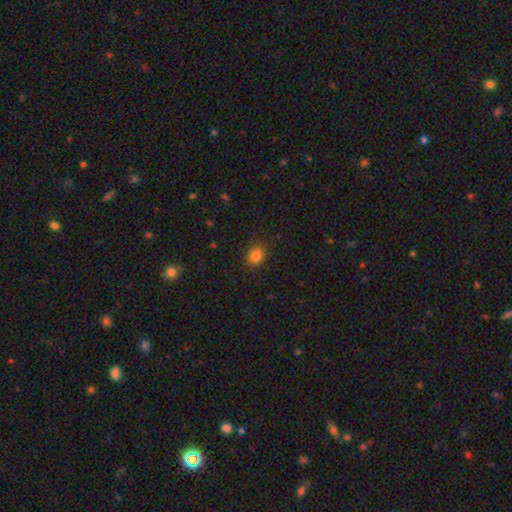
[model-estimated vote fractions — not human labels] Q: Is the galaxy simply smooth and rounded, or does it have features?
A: smooth — 84%.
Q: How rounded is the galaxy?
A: round — 68%.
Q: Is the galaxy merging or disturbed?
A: none — 86%.